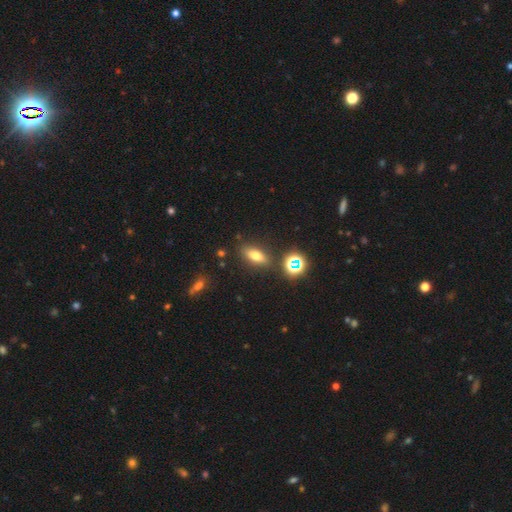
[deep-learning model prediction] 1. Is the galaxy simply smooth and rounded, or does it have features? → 64% smooth, 18% featured or disk, 17% star or artifact.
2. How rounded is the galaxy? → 69% in between, 21% cigar-shaped, 10% round.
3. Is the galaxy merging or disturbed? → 83% none, 10% minor disturbance, 4% merger, 3% major disturbance.